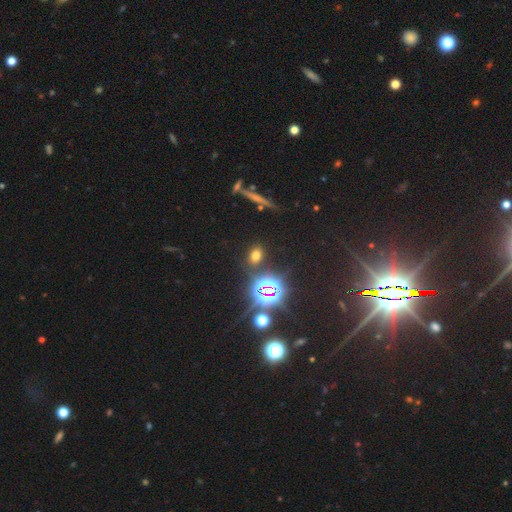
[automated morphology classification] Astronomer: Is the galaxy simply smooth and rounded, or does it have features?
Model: smooth — 58% (runner-up: star or artifact, 34%).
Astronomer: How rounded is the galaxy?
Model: in between — 68%.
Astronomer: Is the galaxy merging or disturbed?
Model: none — 85%.